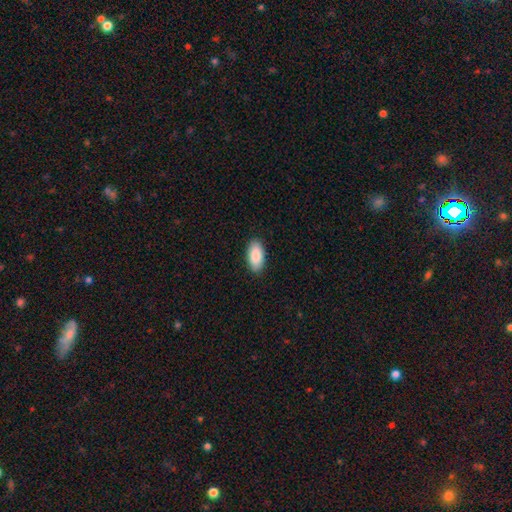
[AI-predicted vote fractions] A smooth galaxy with no disk features (88%) that is in between round and cigar-shaped (94%). Merging: none (89%).